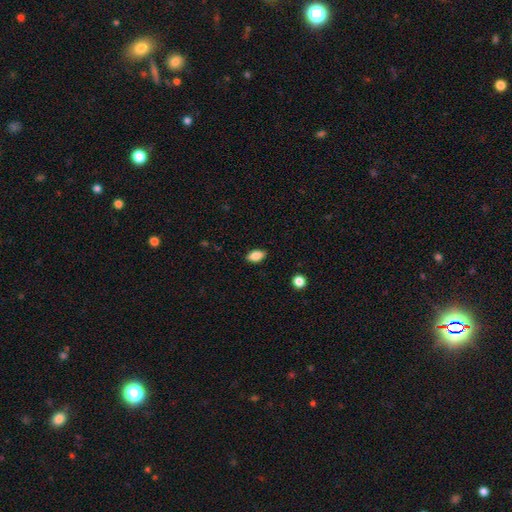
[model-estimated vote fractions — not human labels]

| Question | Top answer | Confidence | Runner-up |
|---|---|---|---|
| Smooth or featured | smooth | 85% | star or artifact (8%) |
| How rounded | in between | 90% | round (5%) |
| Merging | none | 88% | minor disturbance (9%) |